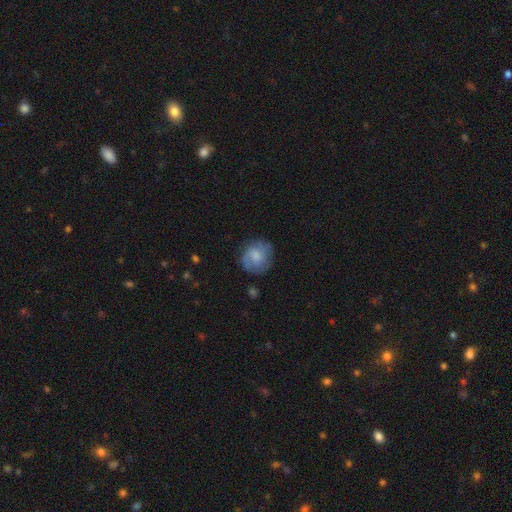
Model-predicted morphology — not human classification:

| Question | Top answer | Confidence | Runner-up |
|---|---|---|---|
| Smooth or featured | smooth | 60% | featured or disk (33%) |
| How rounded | round | 84% | in between (15%) |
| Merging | none | 70% | minor disturbance (20%) |